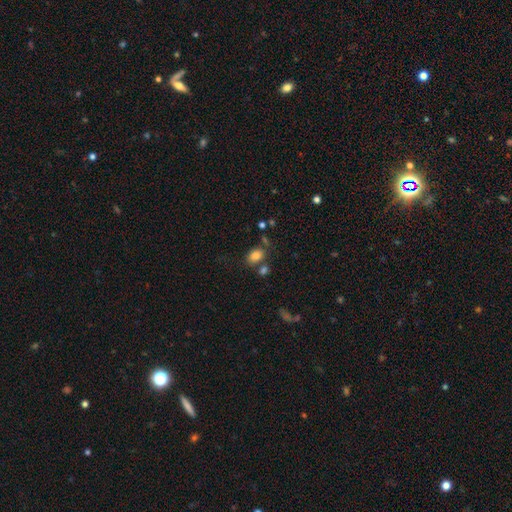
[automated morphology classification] smooth_or_featured: smooth (p=0.82) [alt: star or artifact p=0.11]
how_rounded: in between (p=0.72) [alt: round p=0.27]
merging: none (p=0.65) [alt: merger p=0.15]